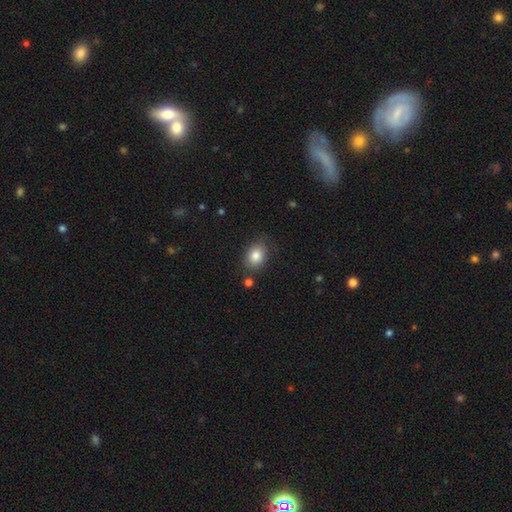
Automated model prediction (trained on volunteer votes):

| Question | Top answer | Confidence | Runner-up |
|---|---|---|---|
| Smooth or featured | smooth | 84% | star or artifact (8%) |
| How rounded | in between | 65% | round (33%) |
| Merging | none | 77% | minor disturbance (15%) |